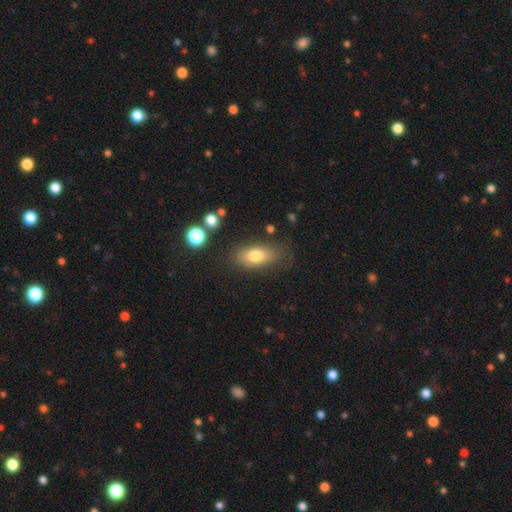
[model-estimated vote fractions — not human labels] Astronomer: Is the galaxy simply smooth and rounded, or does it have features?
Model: smooth — 77%.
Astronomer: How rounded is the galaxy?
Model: in between — 84%.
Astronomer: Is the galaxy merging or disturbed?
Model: none — 73%.